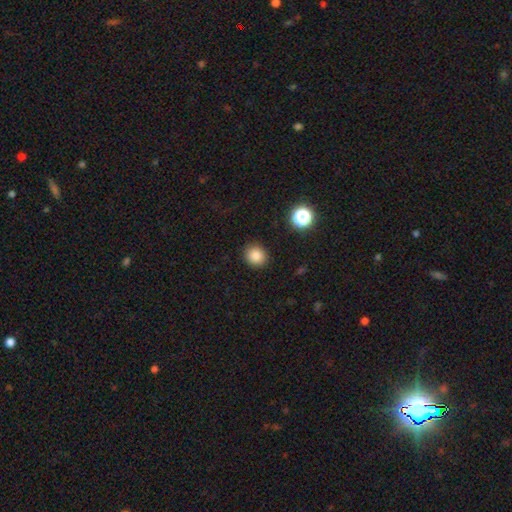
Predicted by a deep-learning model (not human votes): Q: Smooth or featured?
A: smooth (84%); runner-up: star or artifact (11%)
Q: How rounded?
A: round (83%); runner-up: in between (16%)
Q: Merging?
A: none (90%); runner-up: minor disturbance (7%)